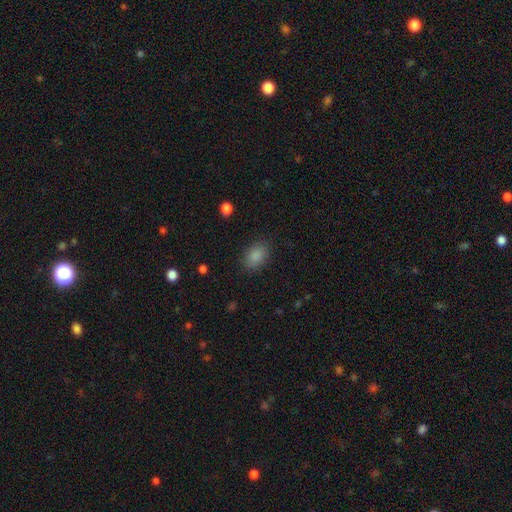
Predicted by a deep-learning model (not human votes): A smooth galaxy with no disk features (87%) that is in between round and cigar-shaped (80%).

Vote fractions:
- Smooth or featured? smooth: 87% / star or artifact: 9% / featured or disk: 4%
- How rounded? in between: 80% / round: 19% / cigar-shaped: 1%
- Merging? none: 85% / minor disturbance: 10% / major disturbance: 4% / merger: 1%